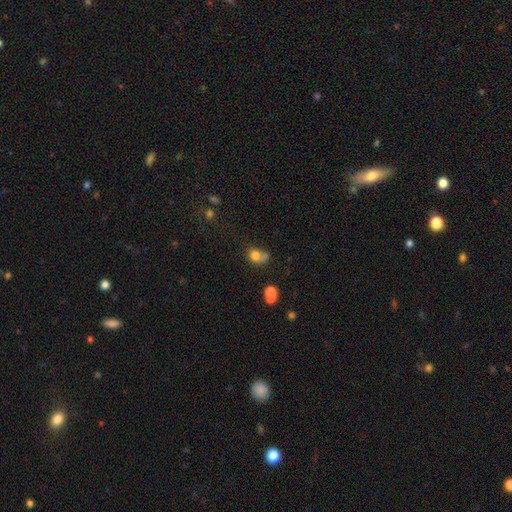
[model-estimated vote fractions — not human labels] Smooth or featured?
  - smooth: 77% *
  - star or artifact: 12%
  - featured or disk: 11%
How rounded?
  - round: 56% *
  - in between: 43%
  - cigar-shaped: 1%
Merging?
  - none: 36% *
  - merger: 34%
  - minor disturbance: 19%
  - major disturbance: 12%